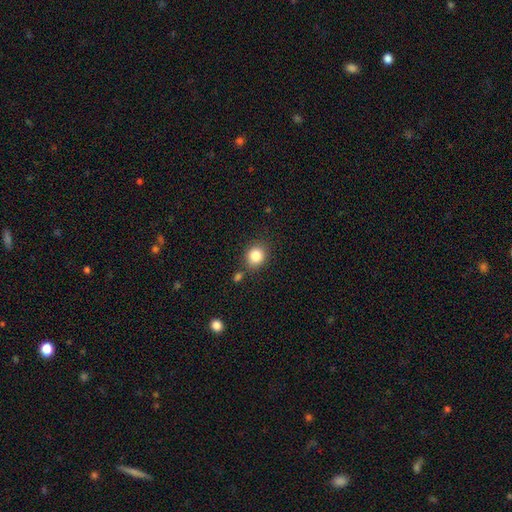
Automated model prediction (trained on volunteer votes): A smooth galaxy with no disk features (84%) that is round (78%). Merging: none (76%).